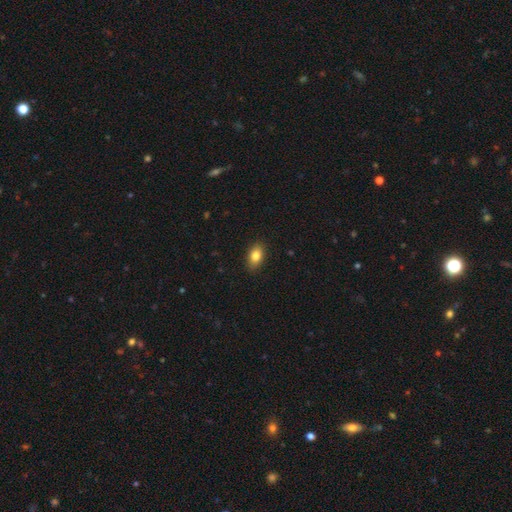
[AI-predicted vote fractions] Smooth or featured?
  - smooth: 84% *
  - featured or disk: 8%
  - star or artifact: 8%
How rounded?
  - in between: 86% *
  - round: 11%
  - cigar-shaped: 2%
Merging?
  - none: 88% *
  - minor disturbance: 9%
  - major disturbance: 2%
  - merger: 1%